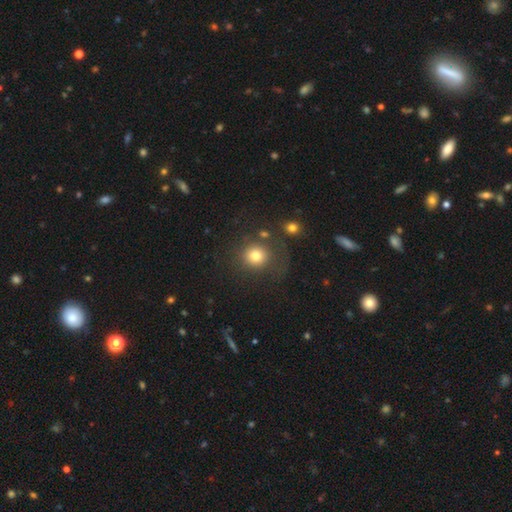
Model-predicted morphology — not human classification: Smooth or featured: smooth — 78% (star or artifact — 12%)
How rounded: round — 88% (in between — 11%)
Merging: none — 69% (minor disturbance — 13%)